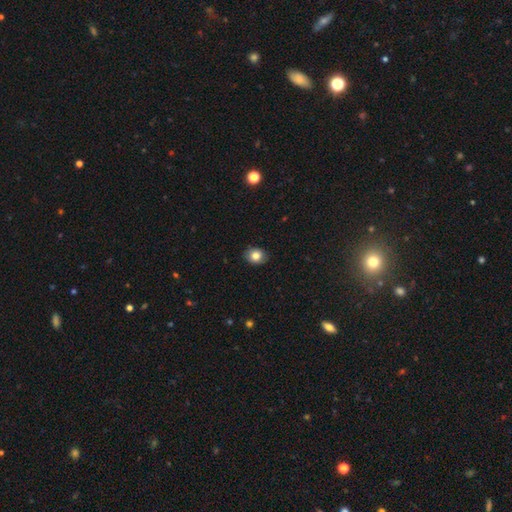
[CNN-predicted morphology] A smooth galaxy with no disk features (82%) that is round (52%).

Vote fractions:
- Smooth or featured? smooth: 82% / star or artifact: 9% / featured or disk: 9%
- How rounded? round: 52% / in between: 47% / cigar-shaped: 1%
- Merging? none: 87% / minor disturbance: 10% / major disturbance: 2% / merger: 1%